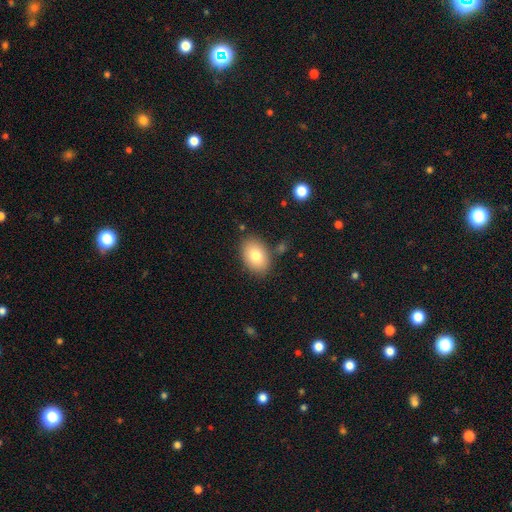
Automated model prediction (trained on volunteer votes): The model was most divided on "smooth or featured": smooth: 79%, featured or disk: 13%, star or artifact: 8%. More confident: how rounded — in between (83%); merging — none (83%).